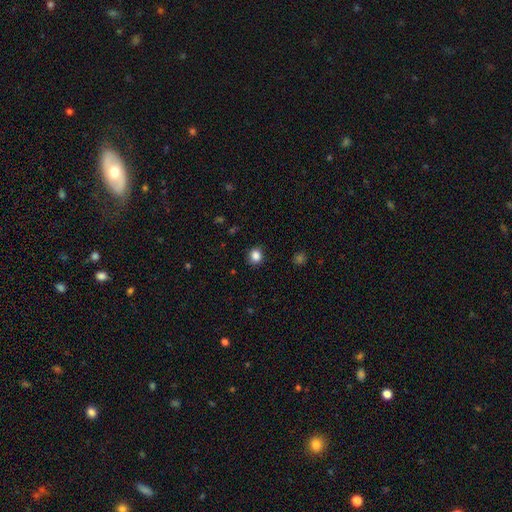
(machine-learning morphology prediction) This is clearly a smooth galaxy (85%). How rounded: likely round (78%). Merging: clearly none (89%).